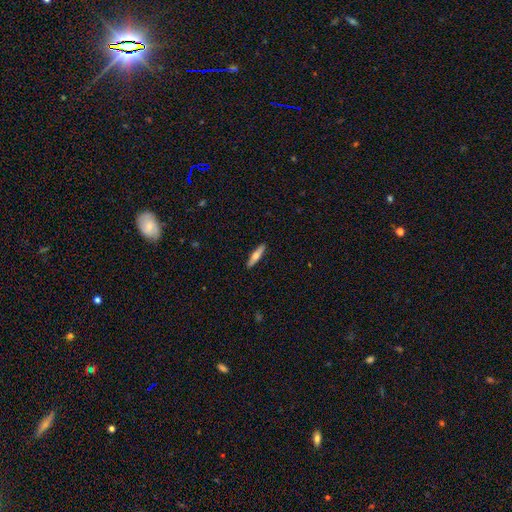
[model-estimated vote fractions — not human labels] Morphology: type=smooth (54%); roundness=cigar-shaped (78%); merging=none (91%).